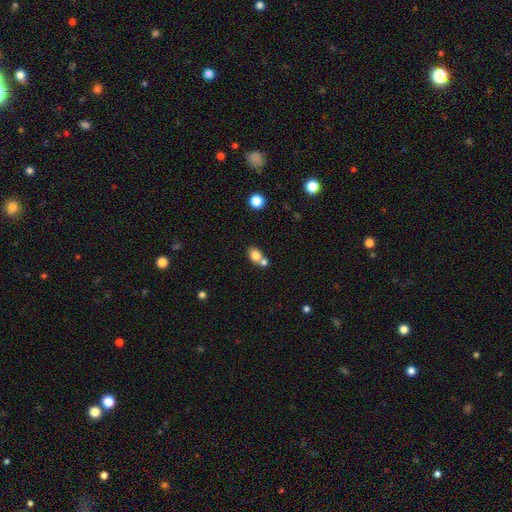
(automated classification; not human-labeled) Q: Smooth or featured?
A: smooth (79%); runner-up: featured or disk (11%)
Q: How rounded?
A: in between (57%); runner-up: round (41%)
Q: Merging?
A: merger (45%); runner-up: none (43%)